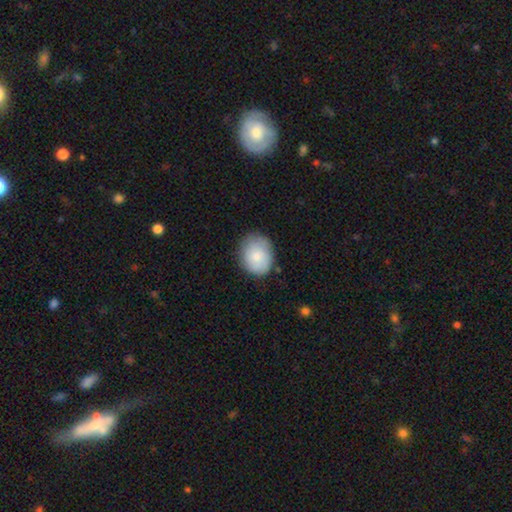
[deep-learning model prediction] Smooth or featured? smooth (78%)
How rounded? round (50%)
Merging? none (72%)